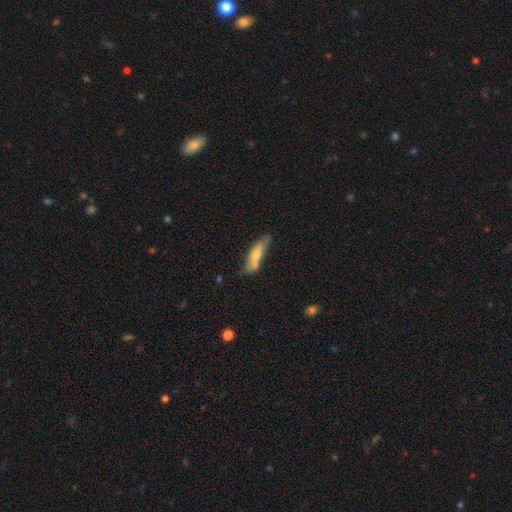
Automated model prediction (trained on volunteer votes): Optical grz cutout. It shows a smooth galaxy with no disk features (62%) that is cigar-shaped (64%). Merging: none (48%).